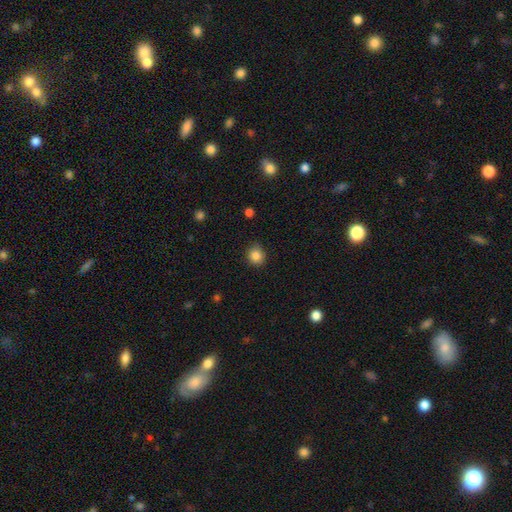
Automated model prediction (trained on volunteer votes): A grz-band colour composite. It shows a smooth galaxy with no disk features (85%) that is round (86%). Merging: none (85%).